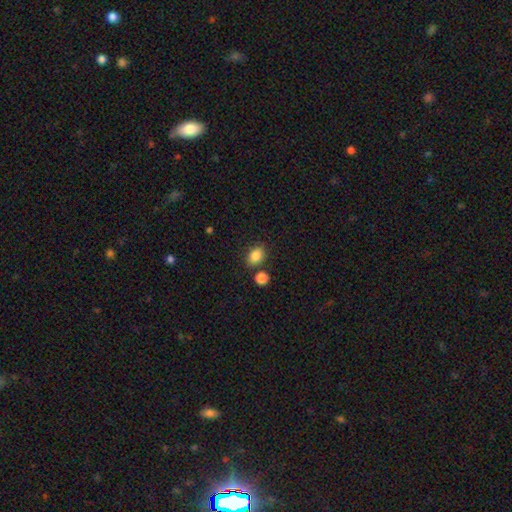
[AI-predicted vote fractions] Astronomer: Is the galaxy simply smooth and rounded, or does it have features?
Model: smooth — 86%.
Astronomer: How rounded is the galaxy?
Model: in between — 74%.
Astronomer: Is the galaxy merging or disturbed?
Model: none — 75%.